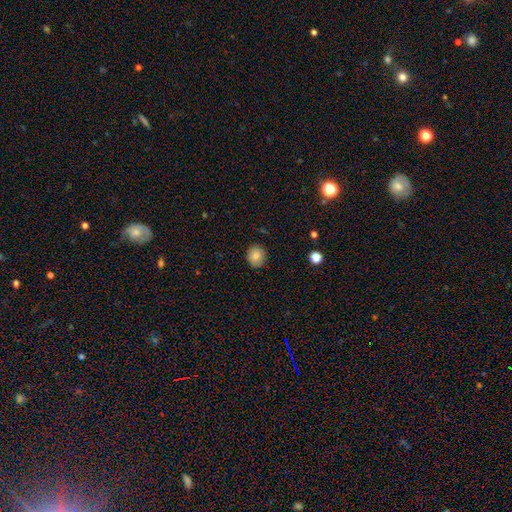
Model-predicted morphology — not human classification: This is clearly a smooth galaxy (85%). How rounded: likely round (80%). Merging: clearly none (87%).